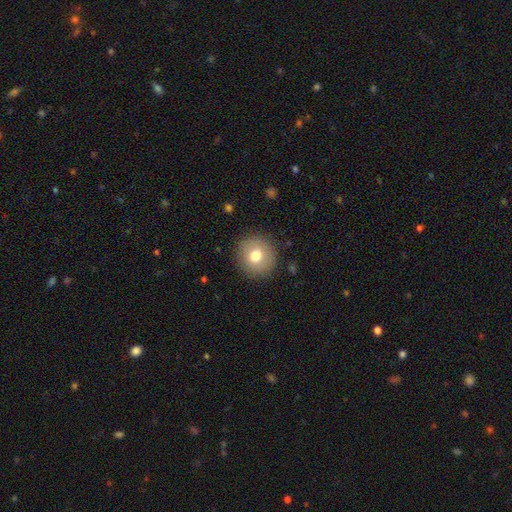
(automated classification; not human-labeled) Overall: smooth (75%). How rounded: round (94%). Merging: none (89%).